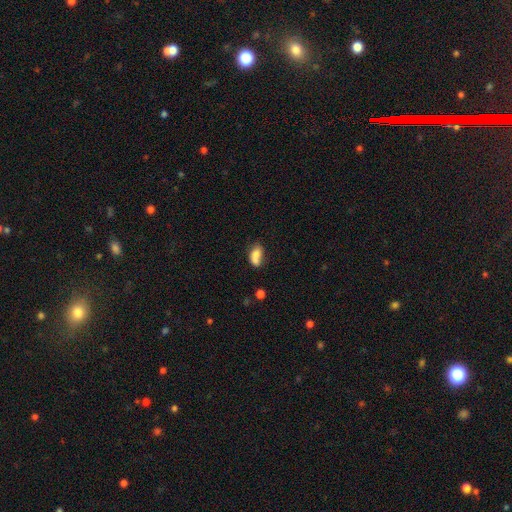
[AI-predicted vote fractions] This is likely a smooth galaxy (72%). How rounded: clearly in between (83%). Merging: marginally merger (40%).